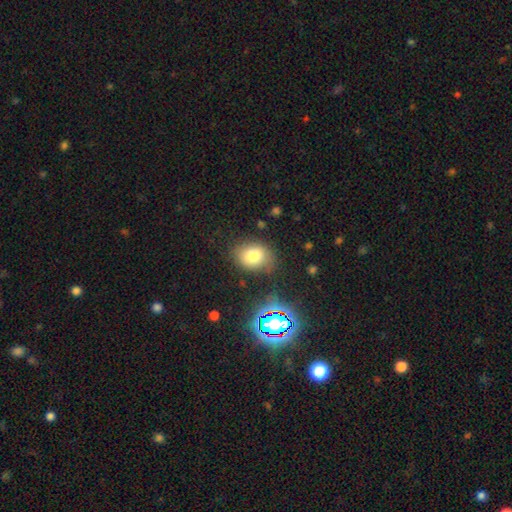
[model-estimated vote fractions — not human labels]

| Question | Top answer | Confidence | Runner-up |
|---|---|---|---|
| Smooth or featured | smooth | 75% | star or artifact (15%) |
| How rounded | in between | 64% | round (35%) |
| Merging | none | 74% | minor disturbance (17%) |